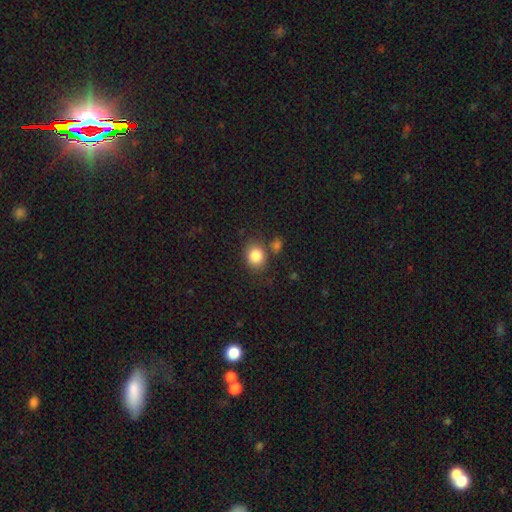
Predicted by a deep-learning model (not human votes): smooth-or-featured: smooth: 85% | star or artifact: 9% | featured or disk: 6%
  how-rounded: round: 63% | in between: 37% | cigar-shaped: 1%
  merging: none: 72% | minor disturbance: 13% | merger: 10% | major disturbance: 4%